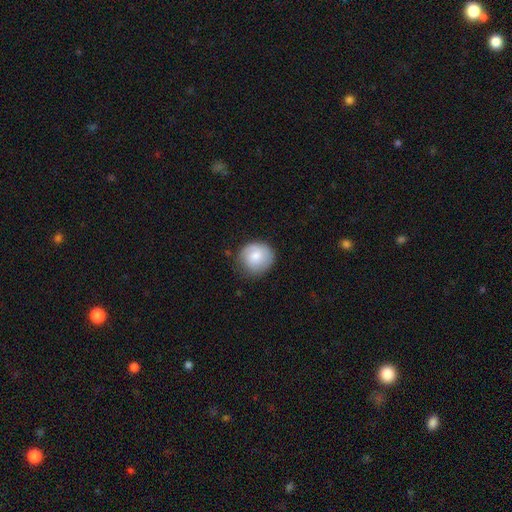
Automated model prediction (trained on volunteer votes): This appears to be a smooth galaxy with no disk features (72%) that is round (87%). Merging: none (74%).